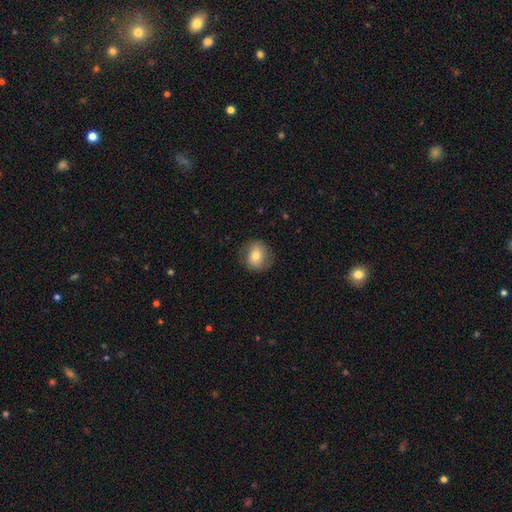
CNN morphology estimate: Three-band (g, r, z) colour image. It shows a smooth galaxy with no disk features (68%) that is round (78%). Merging: none (81%).